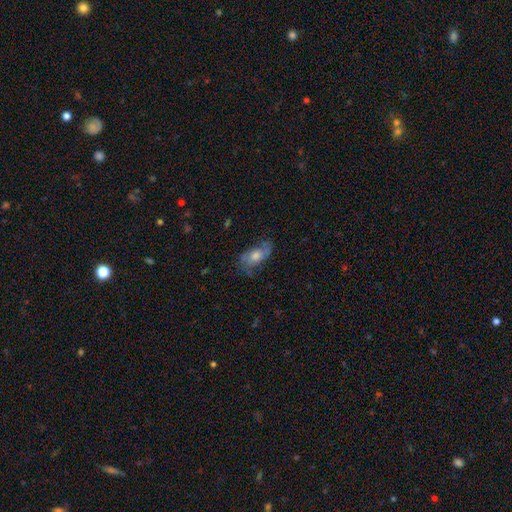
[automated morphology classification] smooth-or-featured: featured or disk: 49% | smooth: 40% | star or artifact: 10%
  merging: none: 65% | minor disturbance: 23% | major disturbance: 11% | merger: 2%